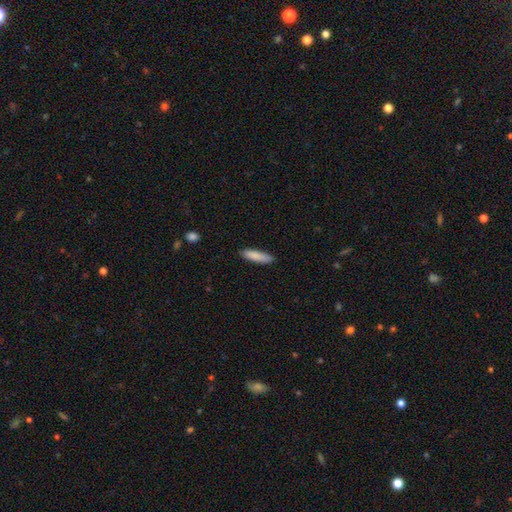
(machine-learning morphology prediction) smooth-or-featured: smooth: 86% | featured or disk: 8% | star or artifact: 6%
  how-rounded: cigar-shaped: 69% | in between: 29% | round: 1%
  merging: none: 86% | minor disturbance: 11% | major disturbance: 2% | merger: 1%